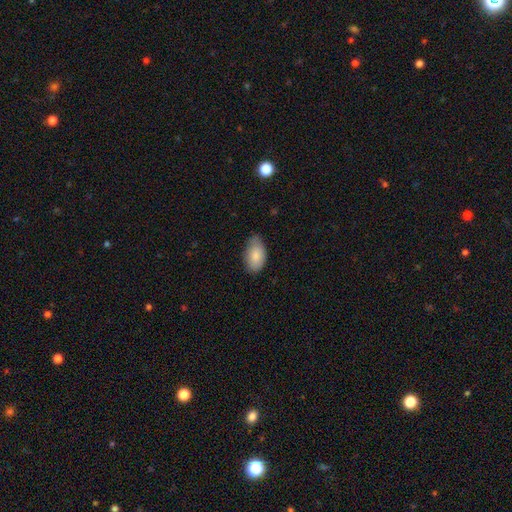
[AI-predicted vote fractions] smooth_or_featured: smooth (p=0.84) [alt: featured or disk p=0.09]
how_rounded: in between (p=0.93) [alt: round p=0.05]
merging: none (p=0.67) [alt: minor disturbance p=0.28]